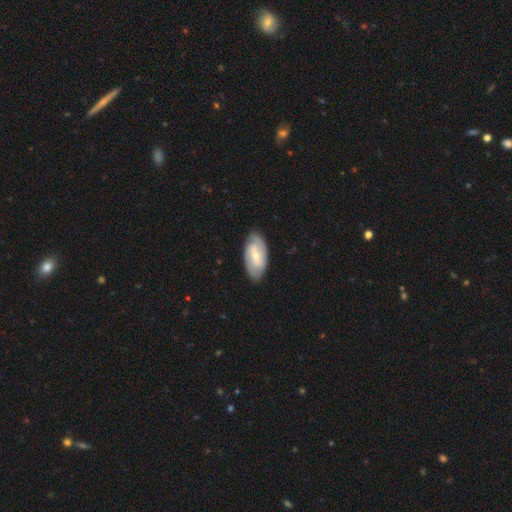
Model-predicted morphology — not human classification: This appears to be a featured or disk galaxy (61%) with a weak bar (44%), spiral arms (79%) and a small central bulge (56%). Merging: none (80%).